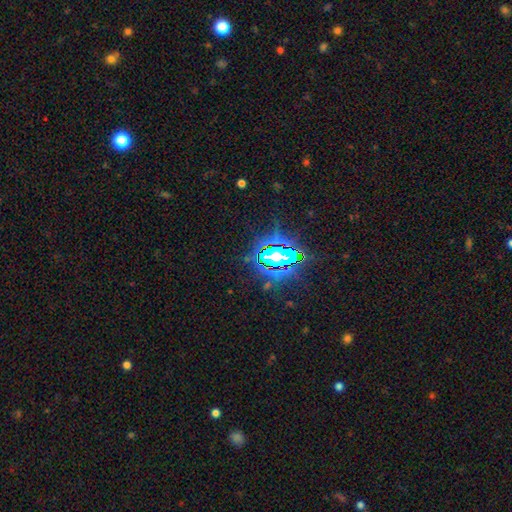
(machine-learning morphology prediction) Overall: star or artifact (83%).